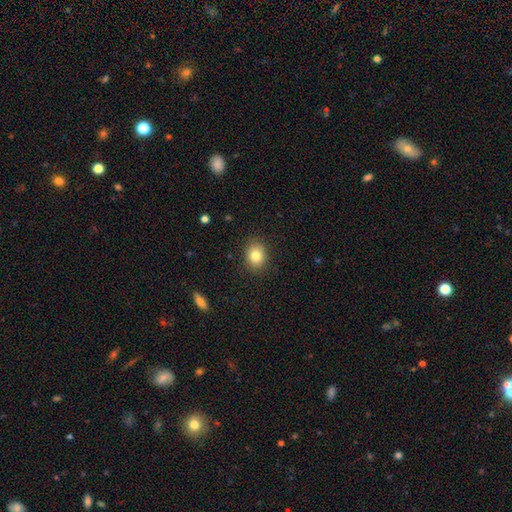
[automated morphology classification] smooth 82%, star or artifact 9%, featured or disk 8%. Down the decision tree: how rounded — in between (55%); merging — none (86%).